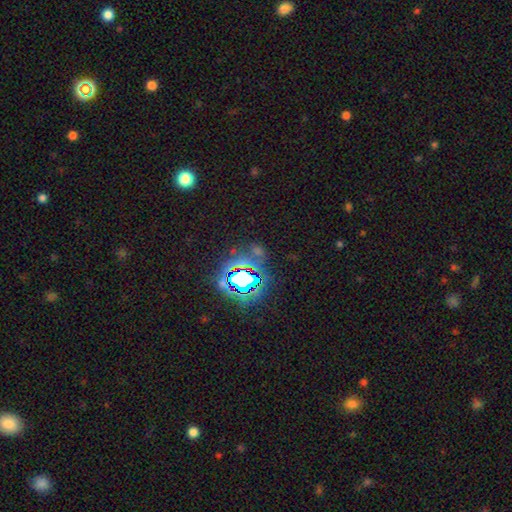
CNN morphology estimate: The model was most divided on "smooth or featured": star or artifact: 74%, smooth: 17%, featured or disk: 9%.